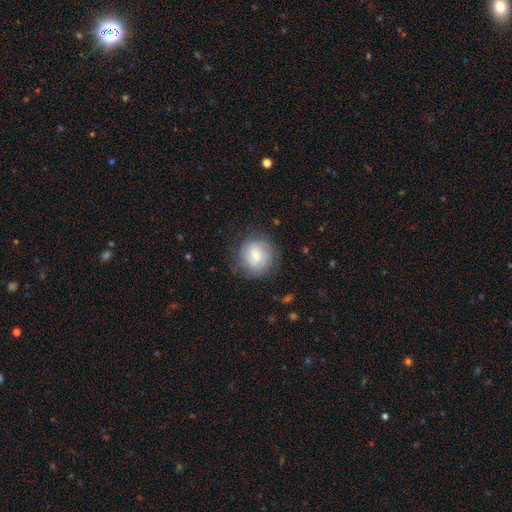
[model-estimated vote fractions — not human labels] The model was most divided on "smooth or featured": featured or disk: 50%, smooth: 43%, star or artifact: 8%. More confident: merging — none (78%).